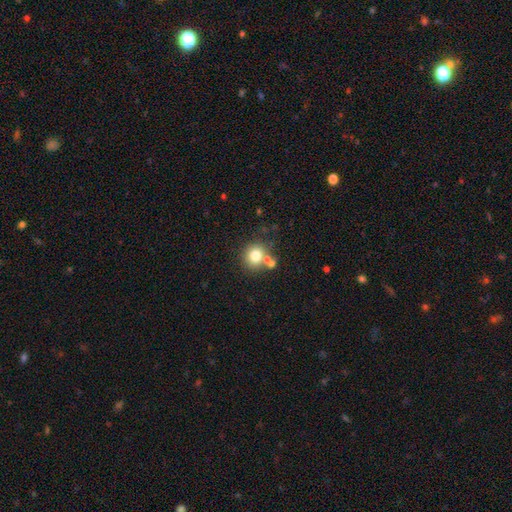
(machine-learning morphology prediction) The model was most divided on "merging": none: 64%, merger: 22%, minor disturbance: 10%, major disturbance: 4%. More confident: how rounded — round (85%); smooth or featured — smooth (76%).